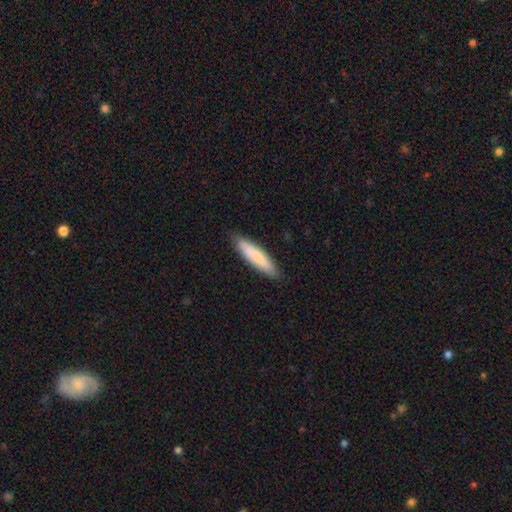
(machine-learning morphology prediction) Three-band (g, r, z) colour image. It shows a smooth galaxy with no disk features (79%) that is cigar-shaped (79%). Merging: none (85%).